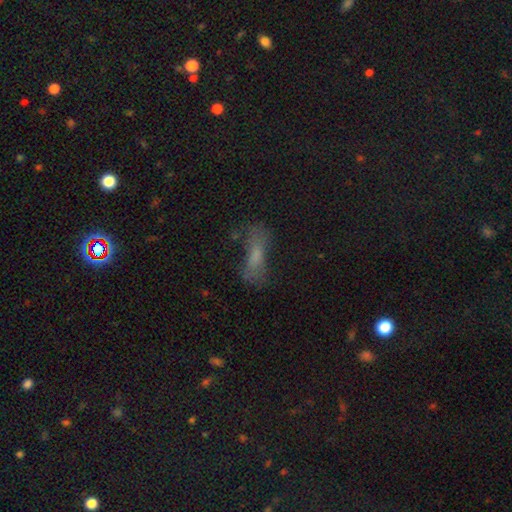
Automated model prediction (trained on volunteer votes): Overall: smooth (52%; featured or disk 31%). How rounded: in between (50%; cigar-shaped 46%). Merging: none (51%; minor disturbance 23%).